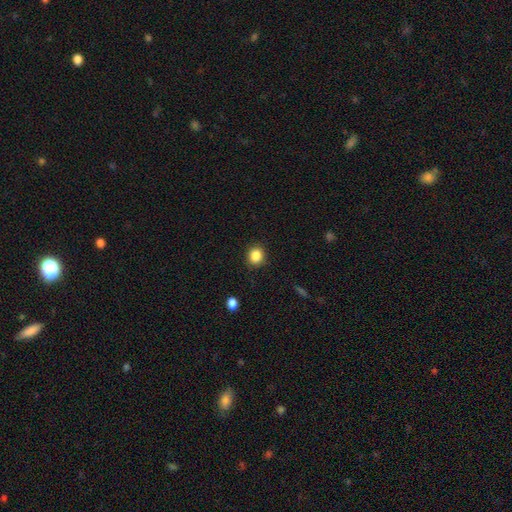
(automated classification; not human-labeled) Smooth or featured?
  - smooth: 85% *
  - star or artifact: 11%
  - featured or disk: 4%
How rounded?
  - round: 78% *
  - in between: 21%
  - cigar-shaped: 1%
Merging?
  - none: 88% *
  - minor disturbance: 8%
  - major disturbance: 2%
  - merger: 1%